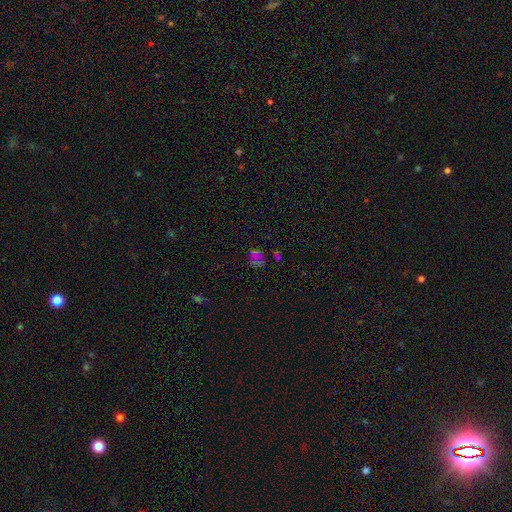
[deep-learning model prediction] Smooth or featured? Predicted: smooth (p=0.45). Merging? Predicted: none (p=0.66).